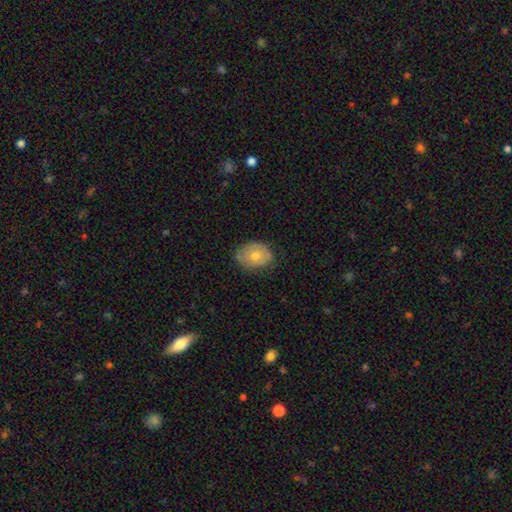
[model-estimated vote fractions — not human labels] Morphology: type=smooth (63%); roundness=in between (63%); merging=none (73%).